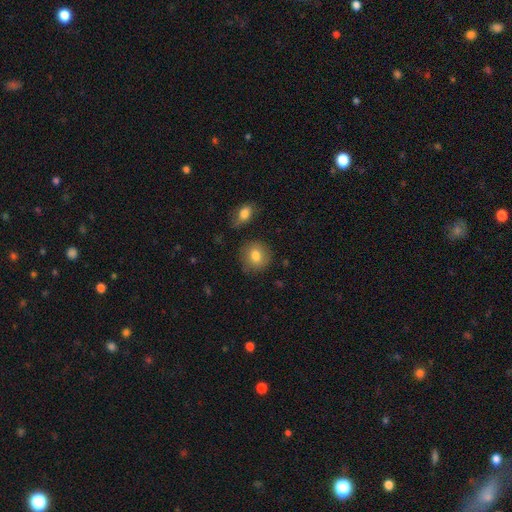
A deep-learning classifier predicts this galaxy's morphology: smooth 79%, featured or disk 12%, star or artifact 9%. Down the decision tree: how rounded — round (86%); merging — none (82%).